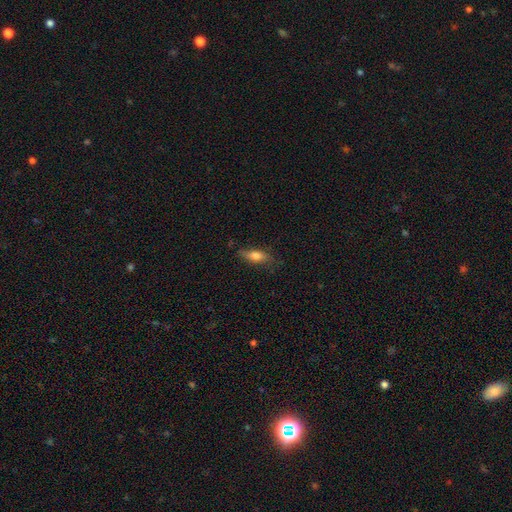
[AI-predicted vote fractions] Morphology: type=smooth (73%); roundness=in between (67%); merging=none (69%).